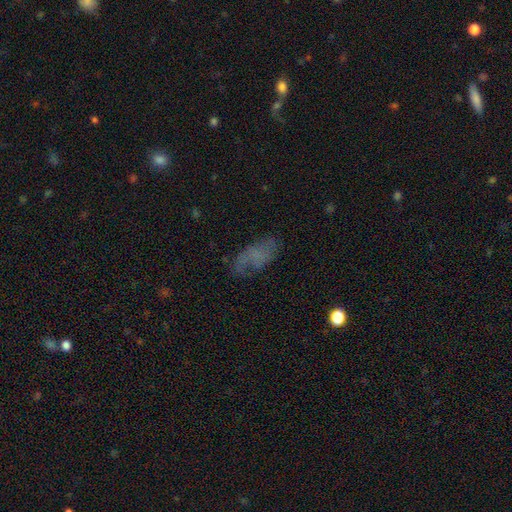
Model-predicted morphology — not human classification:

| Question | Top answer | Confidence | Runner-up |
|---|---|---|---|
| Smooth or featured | smooth | 49% | featured or disk (37%) |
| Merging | none | 60% | minor disturbance (23%) |